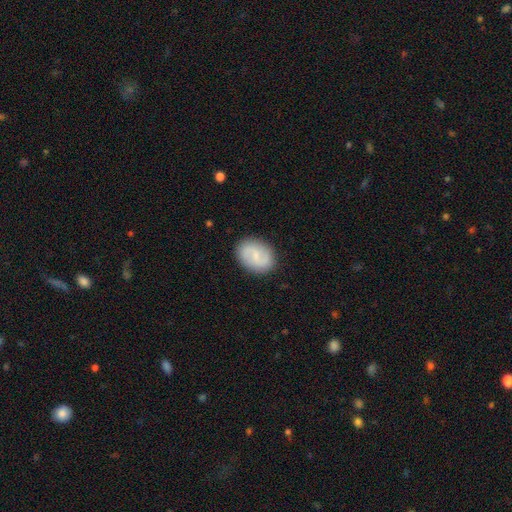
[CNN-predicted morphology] The model was most divided on "smooth or featured": featured or disk: 56%, smooth: 37%, star or artifact: 6%. More confident: edge-on disk — no (97%); spiral arms — yes (87%); merging — none (86%); bulge size — small (58%); bar — weak (54%).